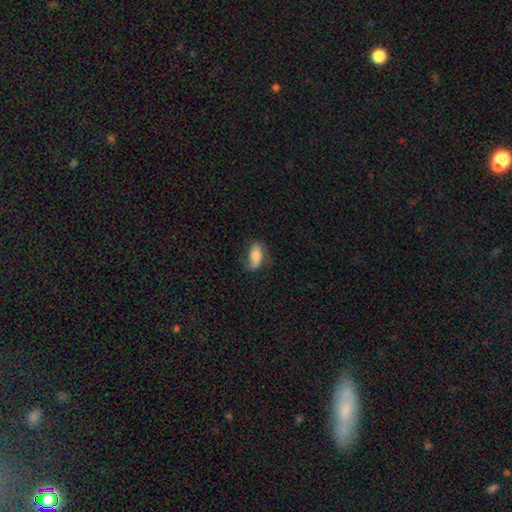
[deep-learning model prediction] Smooth or featured? smooth (59%)
How rounded? in between (86%)
Merging? none (68%)